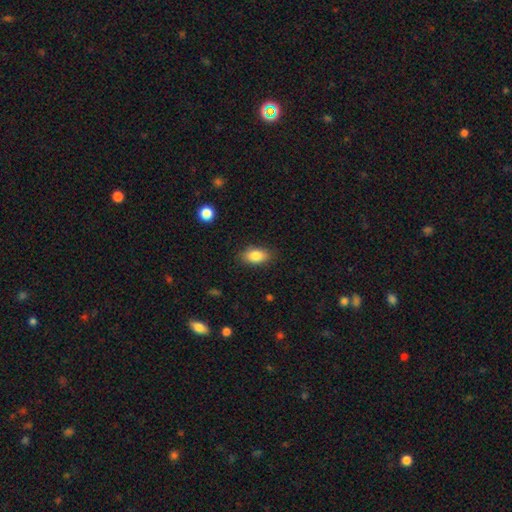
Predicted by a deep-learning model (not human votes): Q: Smooth or featured?
A: smooth (85%); runner-up: star or artifact (8%)
Q: How rounded?
A: in between (90%); runner-up: round (7%)
Q: Merging?
A: none (85%); runner-up: minor disturbance (11%)